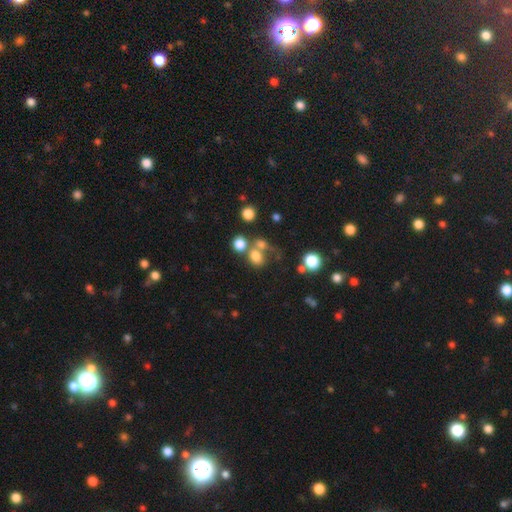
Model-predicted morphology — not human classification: This is likely a smooth galaxy (72%). How rounded: possibly round (59%). Merging: marginally none (41%).